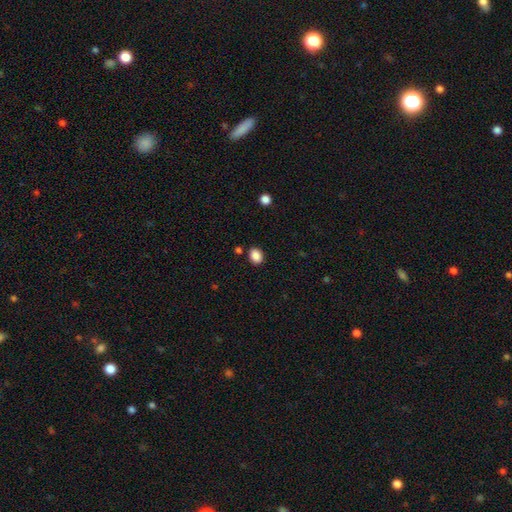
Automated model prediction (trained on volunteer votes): Q: Smooth or featured?
A: smooth (88%); runner-up: star or artifact (9%)
Q: How rounded?
A: in between (58%); runner-up: round (41%)
Q: Merging?
A: none (85%); runner-up: minor disturbance (9%)